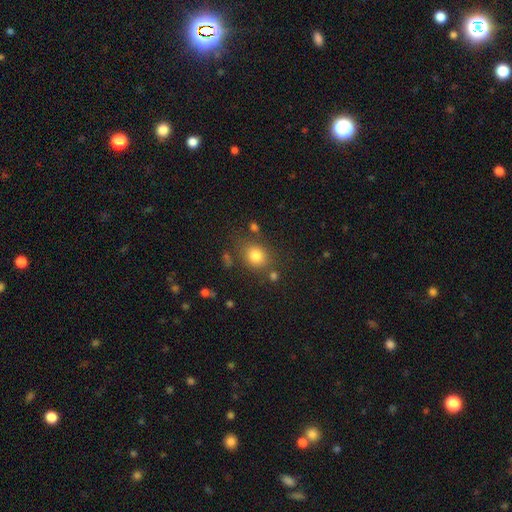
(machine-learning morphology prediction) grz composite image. It shows a smooth galaxy with no disk features (80%) that is round (61%). Merging: none (72%).